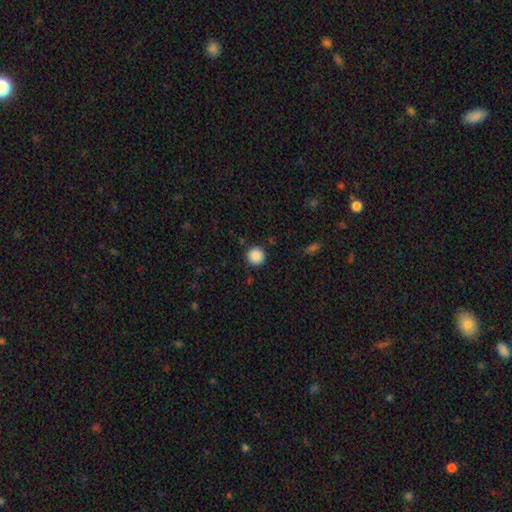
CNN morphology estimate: The model was most divided on "smooth or featured": smooth: 88%, star or artifact: 9%, featured or disk: 2%. More confident: how rounded — round (95%); merging — none (90%).